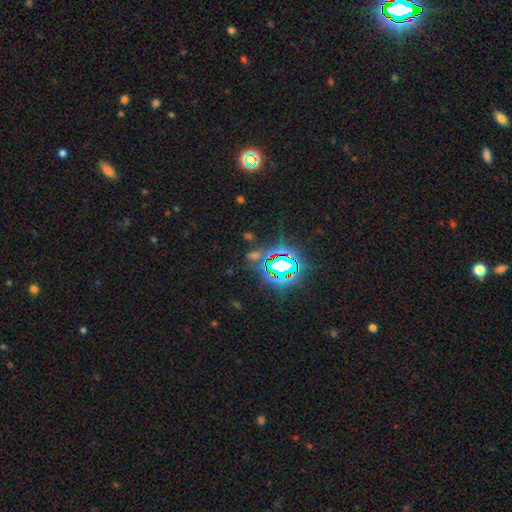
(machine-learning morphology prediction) Smooth or featured: star or artifact — 70% (smooth — 20%)